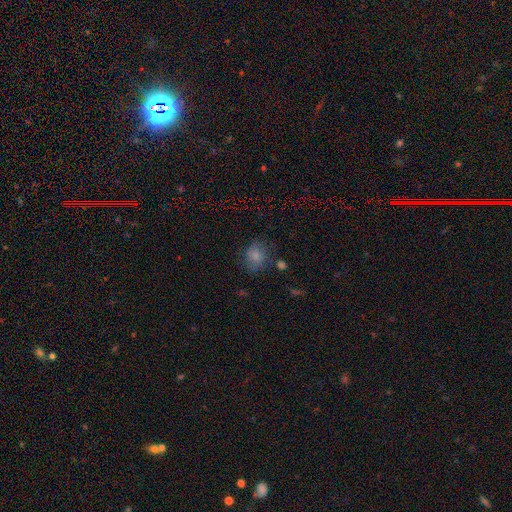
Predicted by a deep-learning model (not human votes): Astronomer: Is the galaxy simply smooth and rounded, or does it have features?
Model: smooth — 80%.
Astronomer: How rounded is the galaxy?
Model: round — 56% (runner-up: in between, 43%).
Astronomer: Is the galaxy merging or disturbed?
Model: none — 67%.